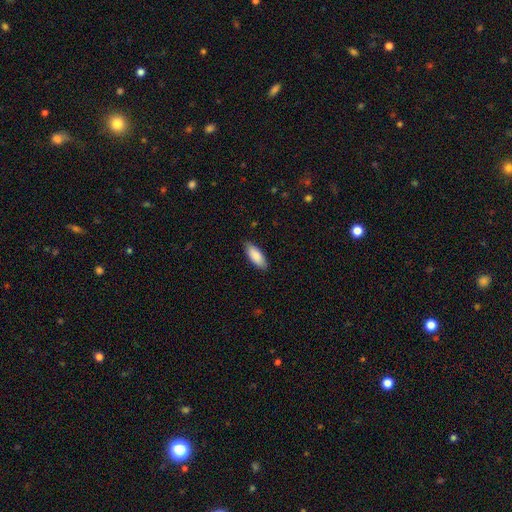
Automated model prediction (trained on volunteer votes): A smooth galaxy with no disk features (89%) that is in between round and cigar-shaped (76%).

Vote fractions:
- Smooth or featured? smooth: 89% / featured or disk: 6% / star or artifact: 5%
- How rounded? in between: 76% / cigar-shaped: 22% / round: 2%
- Merging? none: 86% / minor disturbance: 11% / major disturbance: 2% / merger: 1%